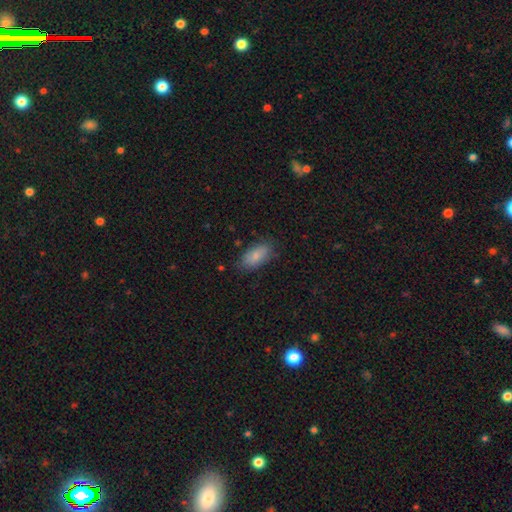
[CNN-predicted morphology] The model was most divided on "merging": none: 79%, minor disturbance: 16%, major disturbance: 4%, merger: 1%. More confident: how rounded — in between (91%); smooth or featured — smooth (83%).